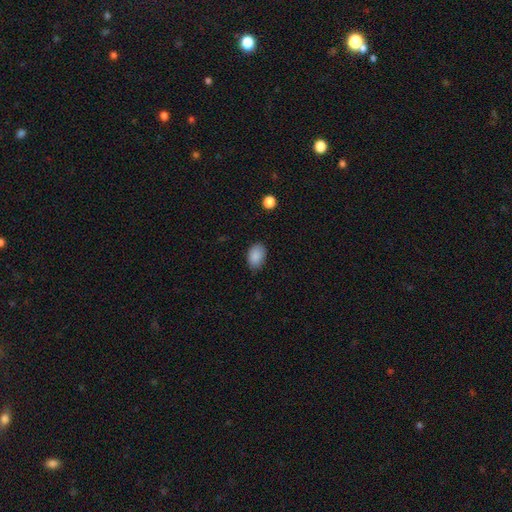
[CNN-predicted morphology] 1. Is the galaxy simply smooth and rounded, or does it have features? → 88% smooth, 8% star or artifact, 4% featured or disk.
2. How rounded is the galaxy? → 85% in between, 14% round, 1% cigar-shaped.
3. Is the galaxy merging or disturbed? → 80% none, 16% minor disturbance, 3% major disturbance, 1% merger.